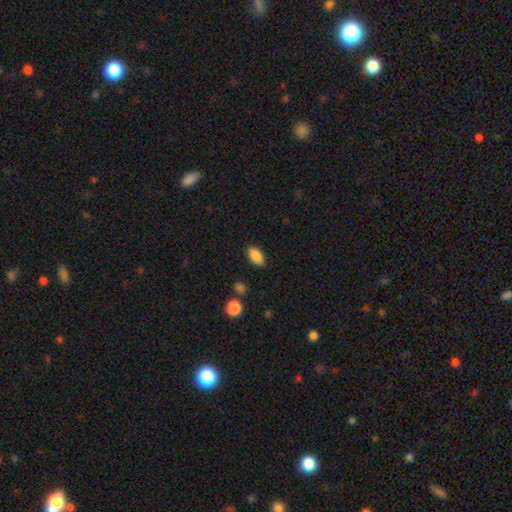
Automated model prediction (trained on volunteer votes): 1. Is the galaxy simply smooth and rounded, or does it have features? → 86% smooth, 8% star or artifact, 7% featured or disk.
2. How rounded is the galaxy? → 90% in between, 5% cigar-shaped, 5% round.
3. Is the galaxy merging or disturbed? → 85% none, 11% minor disturbance, 2% major disturbance, 2% merger.